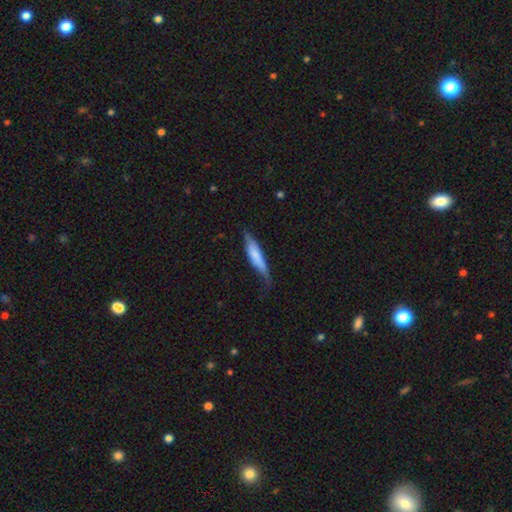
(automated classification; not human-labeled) smooth 66%, featured or disk 29%, star or artifact 5%. Down the decision tree: how rounded — cigar-shaped (79%); merging — none (59%).